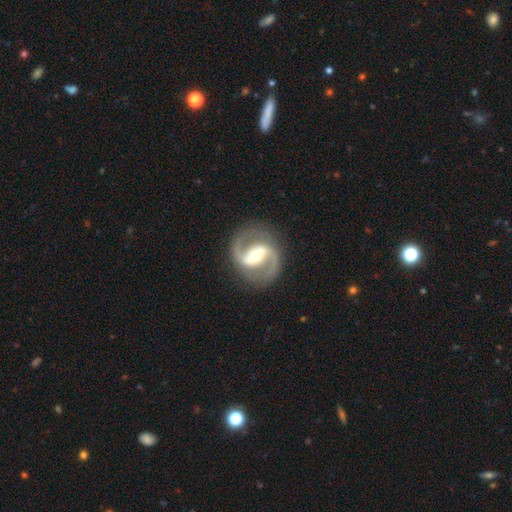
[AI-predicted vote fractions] Smooth or featured: featured or disk — 92% (smooth — 4%)
Edge-on disk: no — 98% (yes — 2%)
Bar: strong — 46% (weak — 37%)
Spiral arms: yes — 97% (no — 3%)
Spiral winding: medium — 60% (loose — 23%)
Spiral arm count: 2 — 94% (can't tell — 2%)
Bulge size: moderate — 64% (small — 27%)
Merging: none — 86% (minor disturbance — 9%)